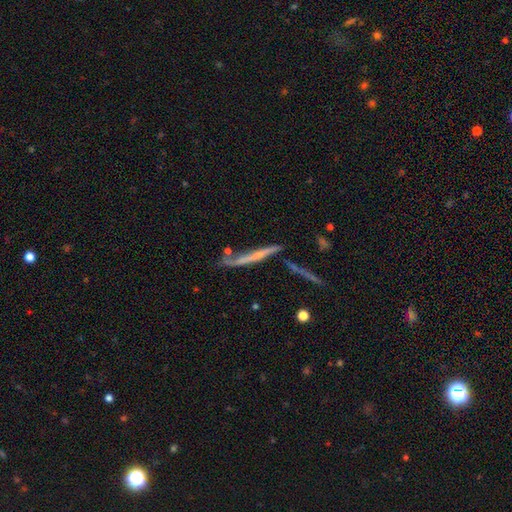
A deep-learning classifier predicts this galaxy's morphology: Overall: featured or disk (66%). Edge-on disk: yes (85%). Edge-on bulge: none (51%; rounded 41%). Merging: none (52%; minor disturbance 21%).